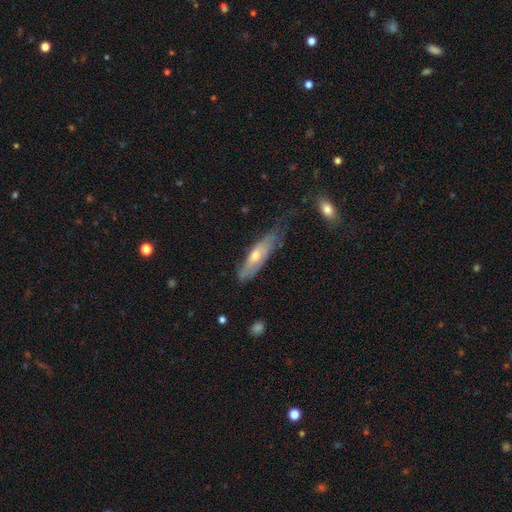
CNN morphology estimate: A smooth galaxy with no disk features (47%). Merging: none (52%).